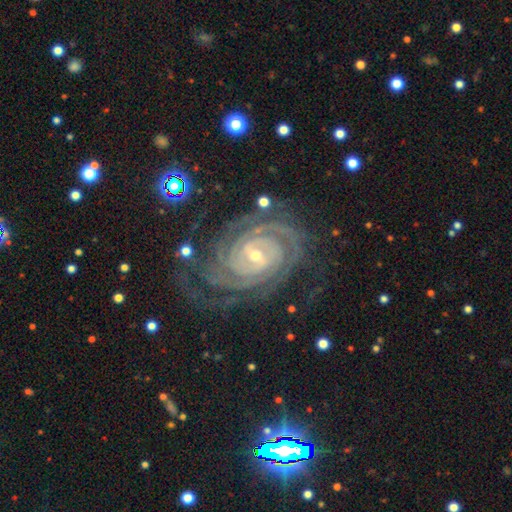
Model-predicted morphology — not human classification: Smooth or featured? Predicted: featured or disk (p=0.92). Edge-on disk? Predicted: no (p=0.97). Bar? Predicted: no (p=0.41). Spiral arms? Predicted: yes (p=0.99). Spiral winding? Predicted: tight (p=0.85). Spiral arm count? Predicted: 2 (p=0.28). Bulge size? Predicted: small (p=0.71). Merging? Predicted: none (p=0.73).